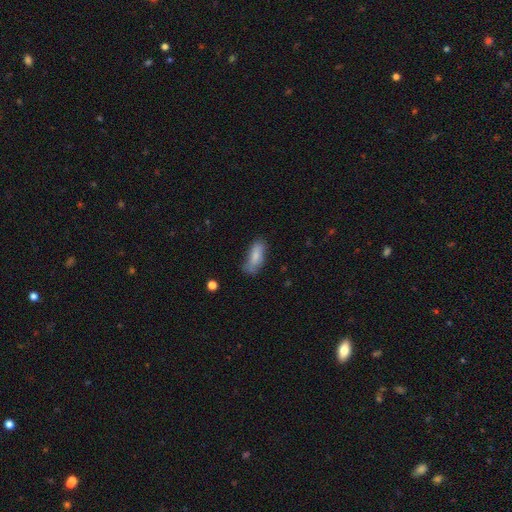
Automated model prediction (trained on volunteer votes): Morphology: type=smooth (78%); roundness=in between (74%); merging=none (65%).